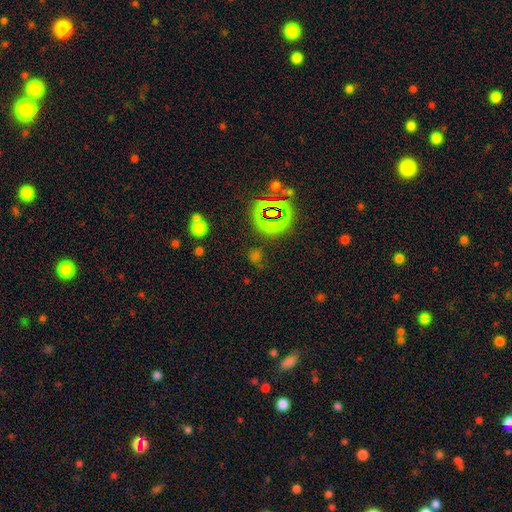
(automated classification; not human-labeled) This appears to be a star or artifact, not a galaxy (55%).